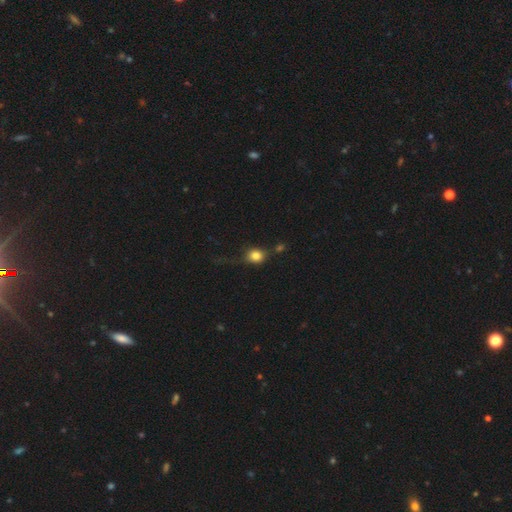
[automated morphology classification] Smooth or featured?
  - smooth: 79% *
  - star or artifact: 11%
  - featured or disk: 10%
How rounded?
  - round: 67% *
  - in between: 32%
  - cigar-shaped: 2%
Merging?
  - none: 54% *
  - minor disturbance: 22%
  - major disturbance: 15%
  - merger: 9%